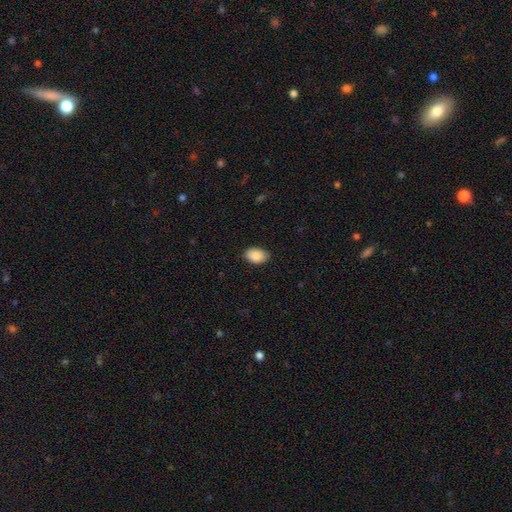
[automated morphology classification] A smooth galaxy with no disk features (90%) that is in between round and cigar-shaped (89%).

Vote fractions:
- Smooth or featured? smooth: 90% / star or artifact: 7% / featured or disk: 3%
- How rounded? in between: 89% / round: 10% / cigar-shaped: 1%
- Merging? none: 86% / minor disturbance: 11% / major disturbance: 2% / merger: 1%